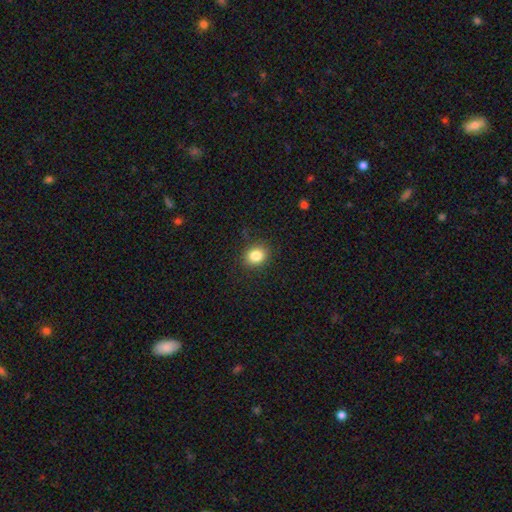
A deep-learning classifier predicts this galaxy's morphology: smooth 84%, star or artifact 10%, featured or disk 5%. Down the decision tree: how rounded — round (60%); merging — none (86%).